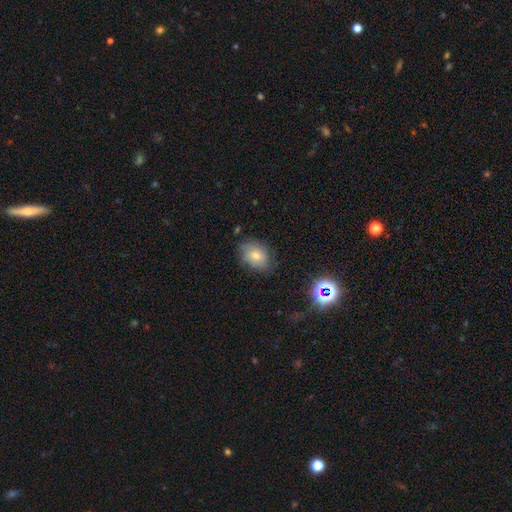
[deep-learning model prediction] Overall: smooth (55%; featured or disk 27%). How rounded: in between (67%; round 32%). Merging: none (71%).